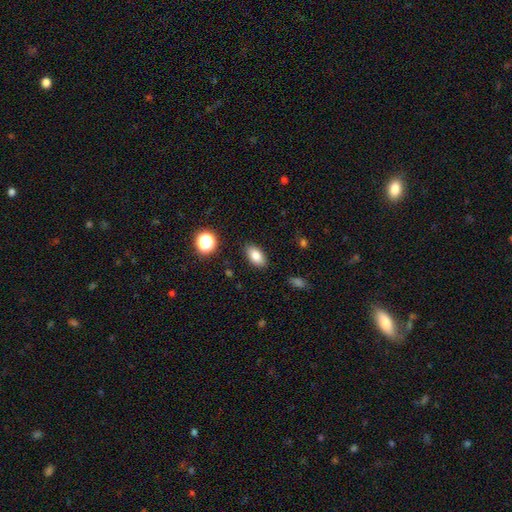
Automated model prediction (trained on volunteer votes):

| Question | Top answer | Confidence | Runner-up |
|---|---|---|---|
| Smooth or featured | smooth | 83% | star or artifact (9%) |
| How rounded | in between | 90% | round (7%) |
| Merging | none | 87% | minor disturbance (9%) |